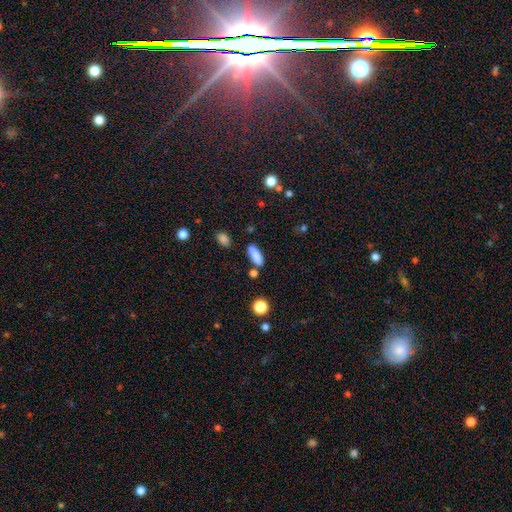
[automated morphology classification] Overall: smooth (84%). How rounded: in between (58%; cigar-shaped 39%). Merging: none (72%).